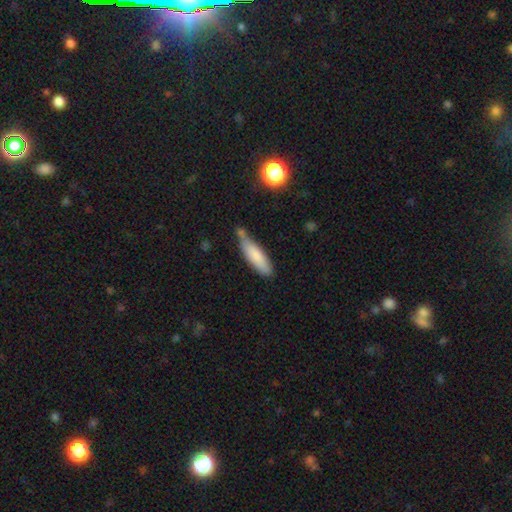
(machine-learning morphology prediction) A smooth galaxy with no disk features (78%) that is cigar-shaped (61%). Merging: none (53%).